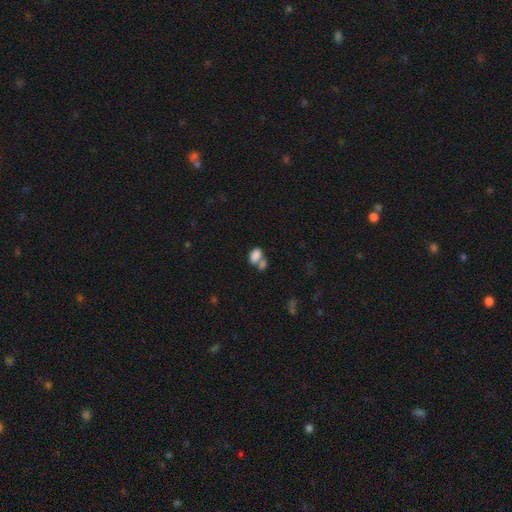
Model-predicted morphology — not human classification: A smooth galaxy with no disk features (81%) that is in between round and cigar-shaped (87%).

Vote fractions:
- Smooth or featured? smooth: 81% / star or artifact: 9% / featured or disk: 9%
- How rounded? in between: 87% / round: 11% / cigar-shaped: 2%
- Merging? merger: 55% / none: 30% / minor disturbance: 9% / major disturbance: 5%